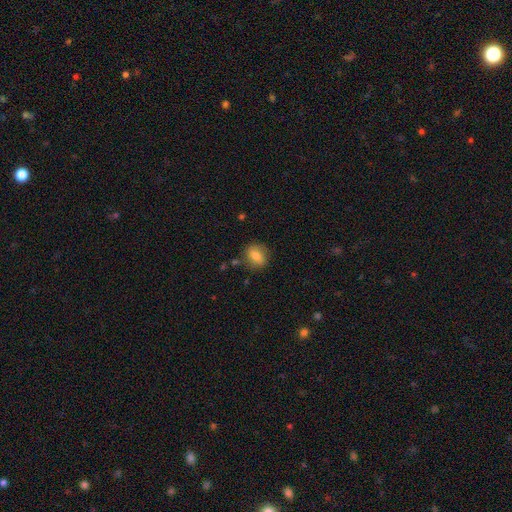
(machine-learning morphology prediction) This appears to be a smooth galaxy with no disk features (77%) that is round (51%). Merging: none (78%).